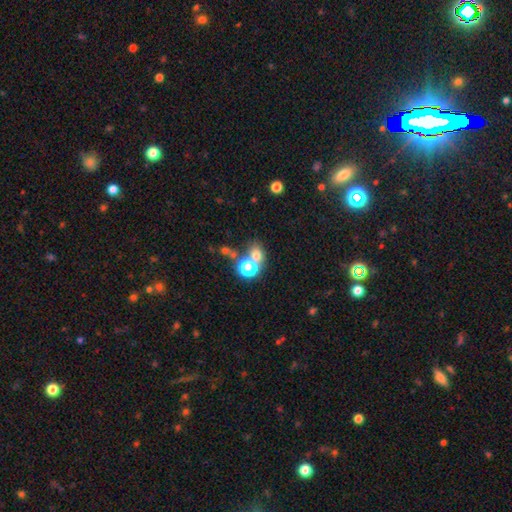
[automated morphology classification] Smooth or featured? Predicted: smooth (p=0.67). How rounded? Predicted: round (p=0.58). Merging? Predicted: none (p=0.49).